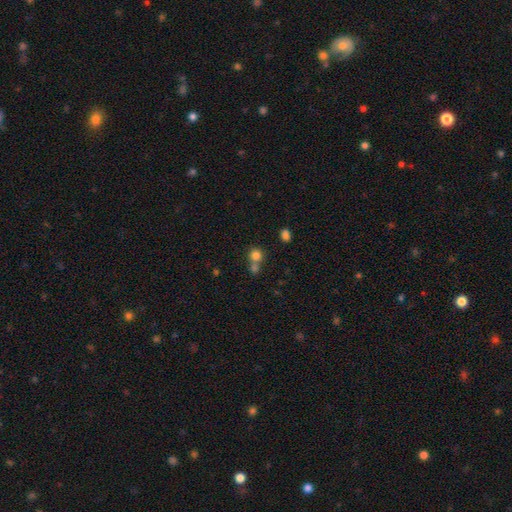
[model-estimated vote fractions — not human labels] Overall: smooth (79%). How rounded: round (86%). Merging: none (49%; merger 40%).